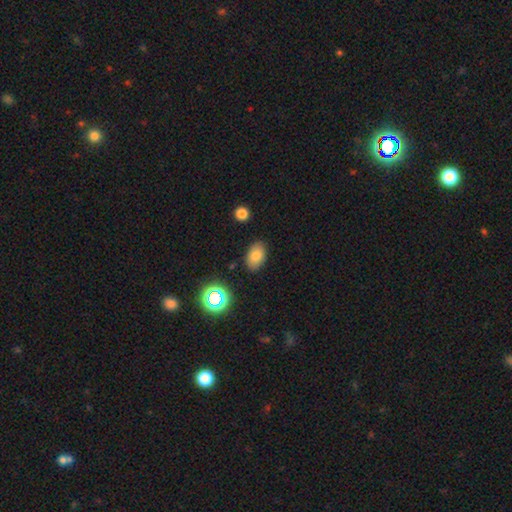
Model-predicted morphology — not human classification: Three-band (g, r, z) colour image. It shows a smooth galaxy with no disk features (81%) that is in between round and cigar-shaped (90%). Merging: none (84%).